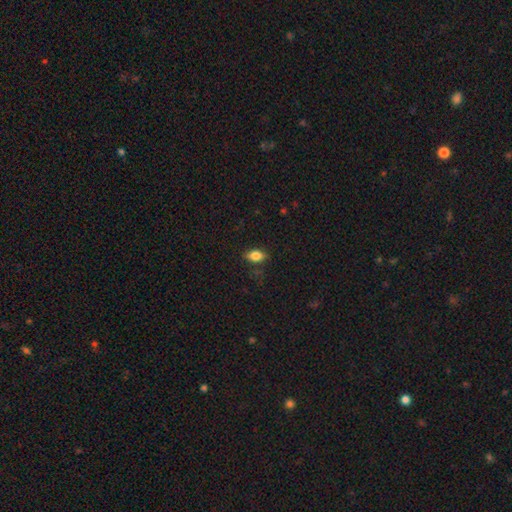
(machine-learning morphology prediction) Smooth or featured? Predicted: smooth (p=0.81). How rounded? Predicted: in between (p=0.84). Merging? Predicted: none (p=0.80).